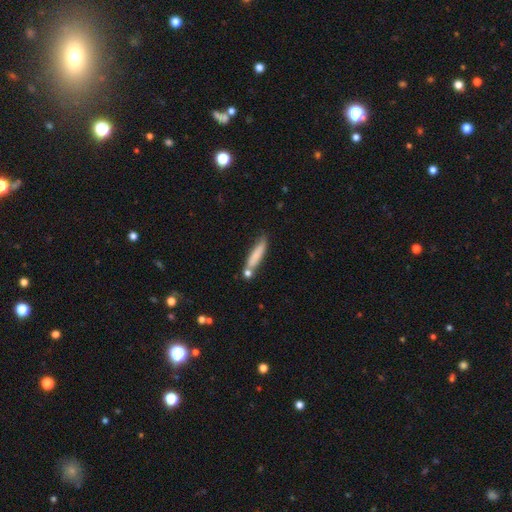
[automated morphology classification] smooth 77%, featured or disk 16%, star or artifact 7%. Down the decision tree: how rounded — cigar-shaped (82%); merging — none (60%).